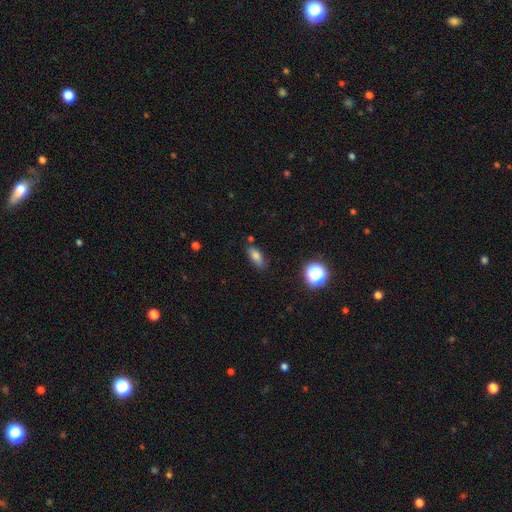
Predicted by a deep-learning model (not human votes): The model was most divided on "how rounded": in between: 79%, cigar-shaped: 15%, round: 6%. More confident: smooth or featured — smooth (79%); merging — none (78%).